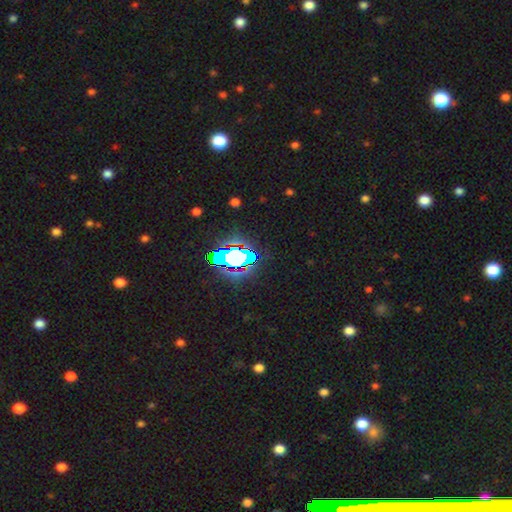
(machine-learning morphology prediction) Smooth or featured? star or artifact (83%)